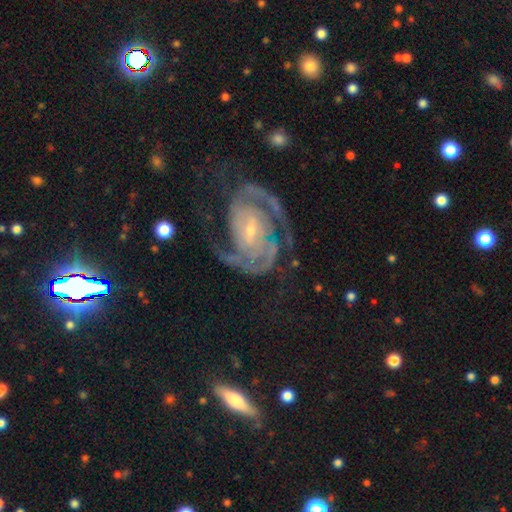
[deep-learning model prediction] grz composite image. It shows a featured or disk galaxy (90%) with no bar (49%), 2 (69%) tight (60%) spiral arms (98%) and a small central bulge (73%). Merging: none (72%).